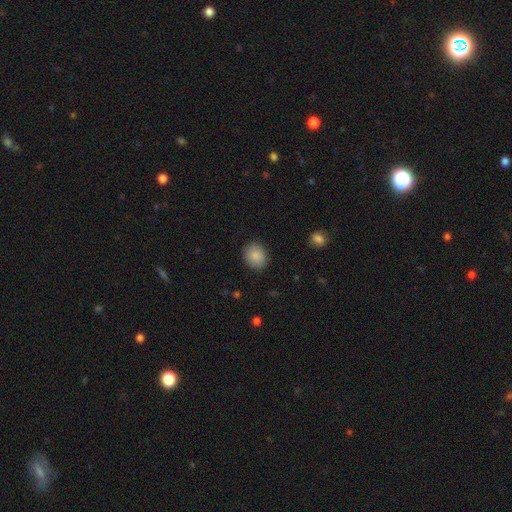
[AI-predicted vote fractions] A smooth galaxy with no disk features (87%) that is round (64%). Merging: none (88%).